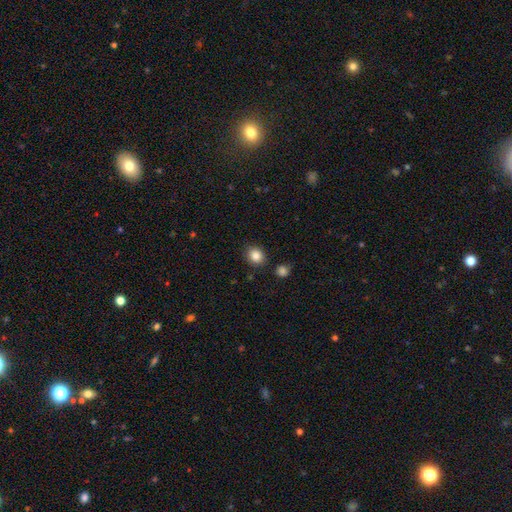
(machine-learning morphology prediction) smooth 86%, star or artifact 10%, featured or disk 4%. Down the decision tree: how rounded — round (67%); merging — none (85%).